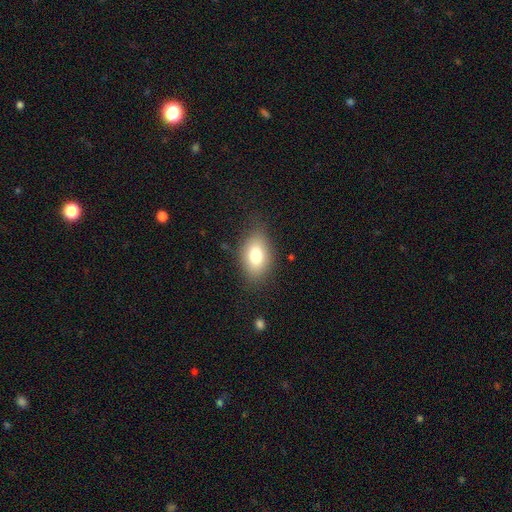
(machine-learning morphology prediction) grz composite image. It shows a smooth galaxy with no disk features (77%) that is in between round and cigar-shaped (86%). Merging: none (76%).